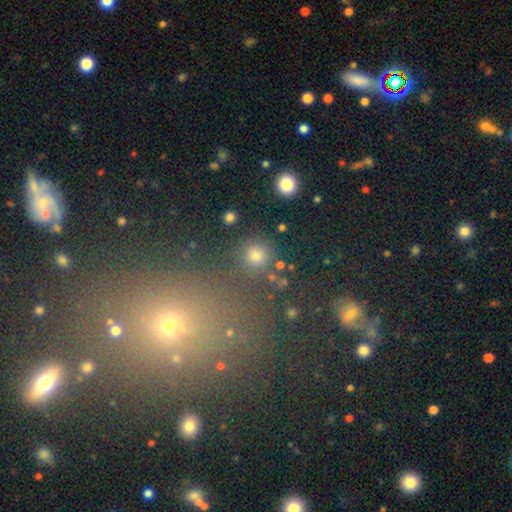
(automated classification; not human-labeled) This appears to be a smooth galaxy with no disk features (74%) that is round (94%). Merging: none (88%).